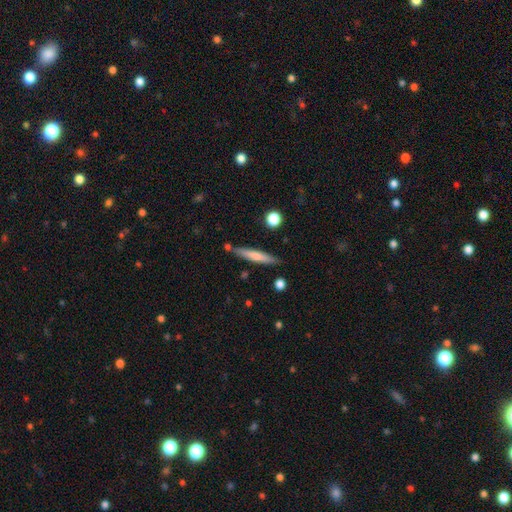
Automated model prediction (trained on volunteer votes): A smooth galaxy with no disk features (63%) that is cigar-shaped (93%). Merging: none (82%).